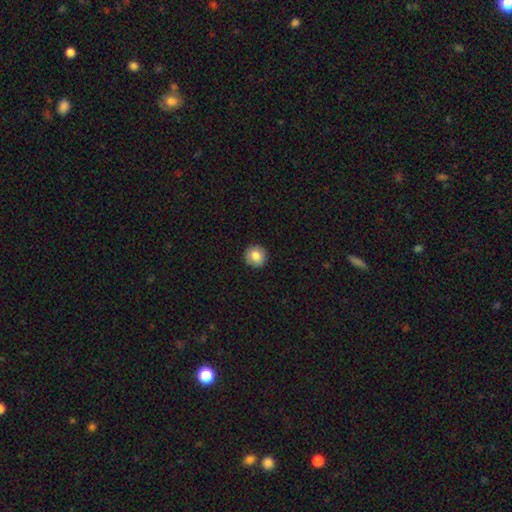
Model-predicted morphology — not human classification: Smooth or featured?
  - smooth: 81% *
  - featured or disk: 11%
  - star or artifact: 8%
How rounded?
  - round: 94% *
  - in between: 5%
  - cigar-shaped: 1%
Merging?
  - none: 90% *
  - minor disturbance: 7%
  - major disturbance: 2%
  - merger: 1%